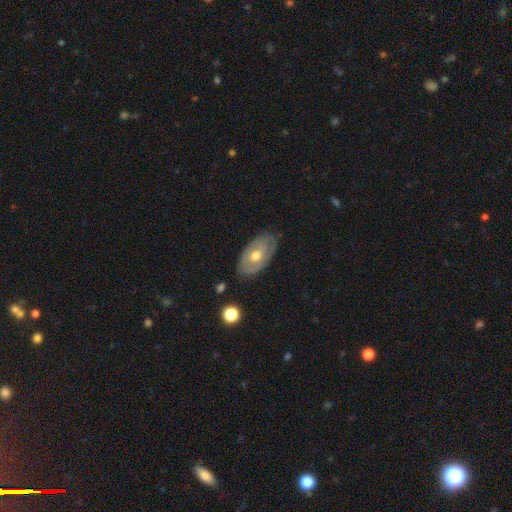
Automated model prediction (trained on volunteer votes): The model was most divided on "spiral arms": yes: 54%, no: 46%. More confident: edge-on disk — no (91%); bar — no (77%); bulge size — moderate (75%); merging — none (74%); smooth or featured — featured or disk (67%).